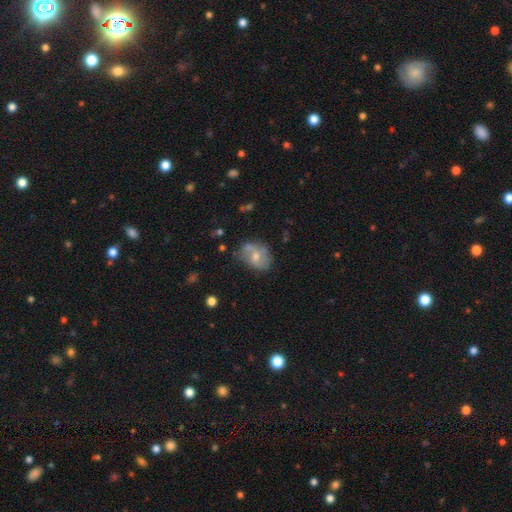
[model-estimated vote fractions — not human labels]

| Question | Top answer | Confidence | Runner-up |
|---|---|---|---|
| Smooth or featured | featured or disk | 56% | smooth (36%) |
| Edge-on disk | no | 96% | yes (4%) |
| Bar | no | 57% | weak (36%) |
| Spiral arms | yes | 75% | no (25%) |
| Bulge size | moderate | 52% | small (41%) |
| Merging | none | 59% | minor disturbance (26%) |